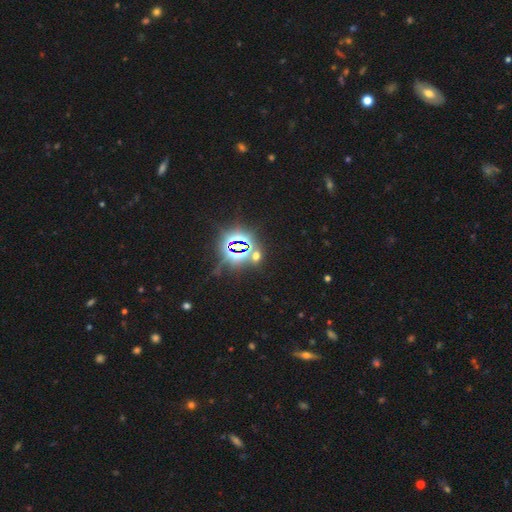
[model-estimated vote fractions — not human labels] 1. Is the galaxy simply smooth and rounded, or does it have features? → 70% star or artifact, 22% smooth, 8% featured or disk.